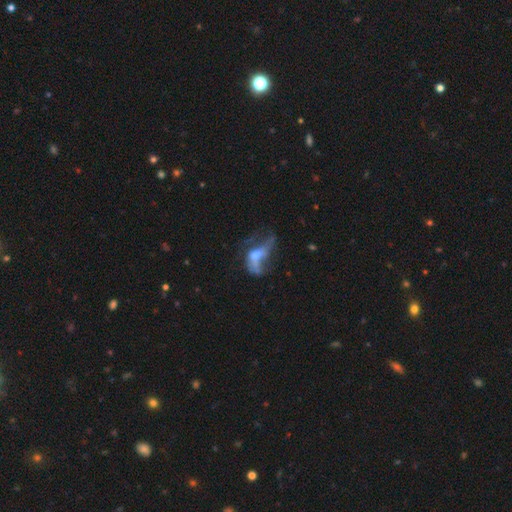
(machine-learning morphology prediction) A featured or disk galaxy (58%) with no bar (74%), no spiral arms (65%) and a moderate central bulge (46%). Merging: major disturbance (49%).